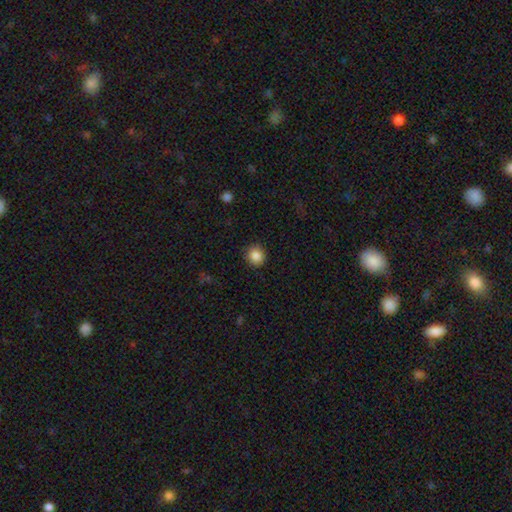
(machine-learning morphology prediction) Smooth or featured: smooth — 86% (star or artifact — 9%)
How rounded: round — 89% (in between — 10%)
Merging: none — 90% (minor disturbance — 7%)